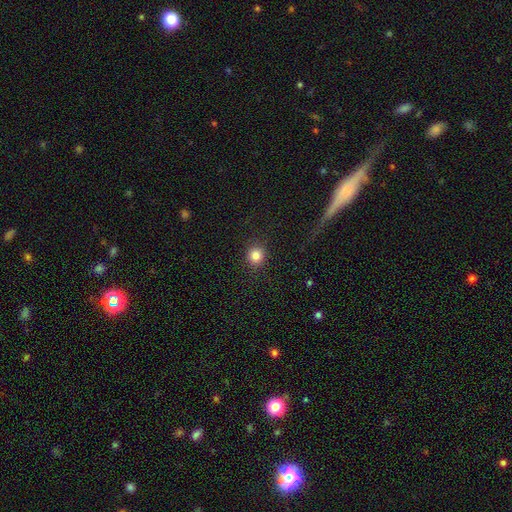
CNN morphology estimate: Smooth or featured? Predicted: smooth (p=0.84). How rounded? Predicted: round (p=0.90). Merging? Predicted: none (p=0.89).